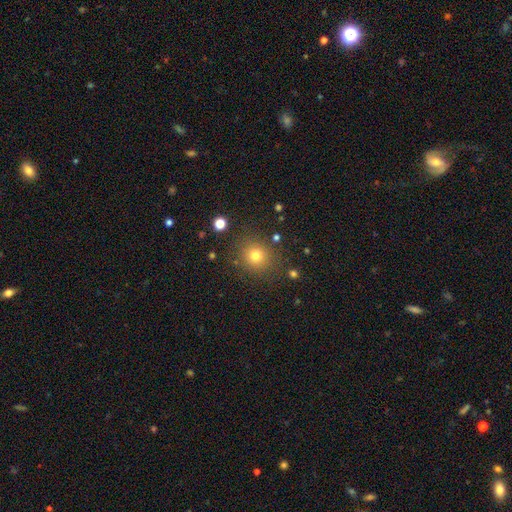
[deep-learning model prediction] Q: Smooth or featured?
A: smooth (76%); runner-up: star or artifact (16%)
Q: How rounded?
A: round (87%); runner-up: in between (12%)
Q: Merging?
A: none (85%); runner-up: minor disturbance (9%)